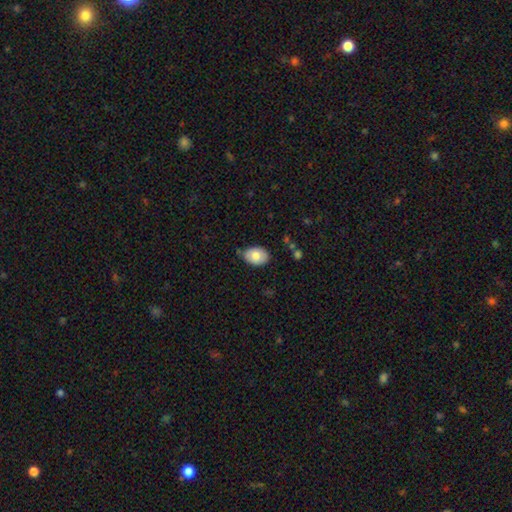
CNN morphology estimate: A smooth galaxy with no disk features (78%) that is in between round and cigar-shaped (80%).

Vote fractions:
- Smooth or featured? smooth: 78% / featured or disk: 15% / star or artifact: 7%
- How rounded? in between: 80% / round: 19% / cigar-shaped: 1%
- Merging? none: 73% / minor disturbance: 21% / major disturbance: 3% / merger: 3%